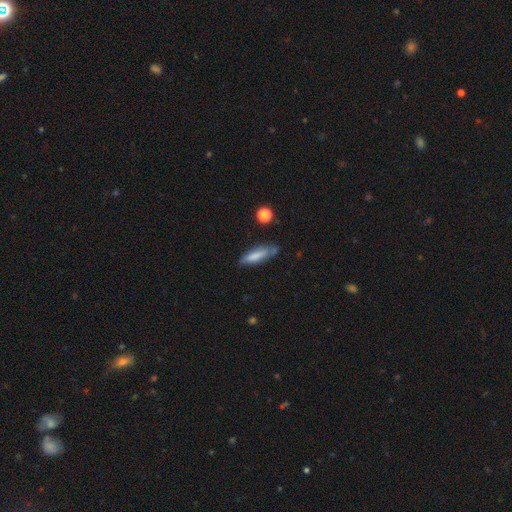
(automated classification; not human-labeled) Morphology: type=smooth (74%); roundness=cigar-shaped (70%); merging=none (67%).